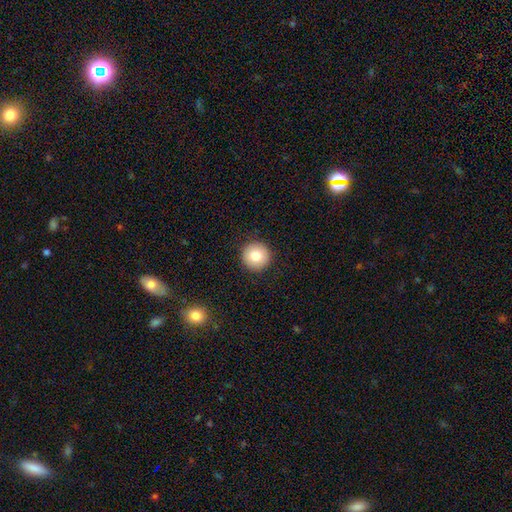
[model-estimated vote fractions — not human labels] smooth 81%, featured or disk 10%, star or artifact 9%. Down the decision tree: how rounded — round (96%); merging — none (92%).